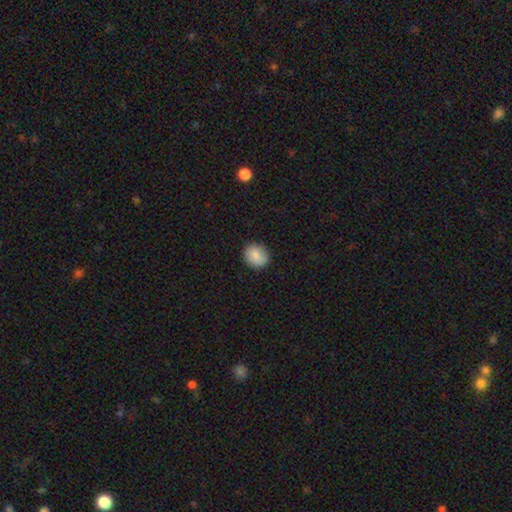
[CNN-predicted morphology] smooth-or-featured: smooth: 84% | featured or disk: 8% | star or artifact: 8%
  how-rounded: round: 77% | in between: 22% | cigar-shaped: 1%
  merging: none: 85% | minor disturbance: 11% | major disturbance: 3% | merger: 1%